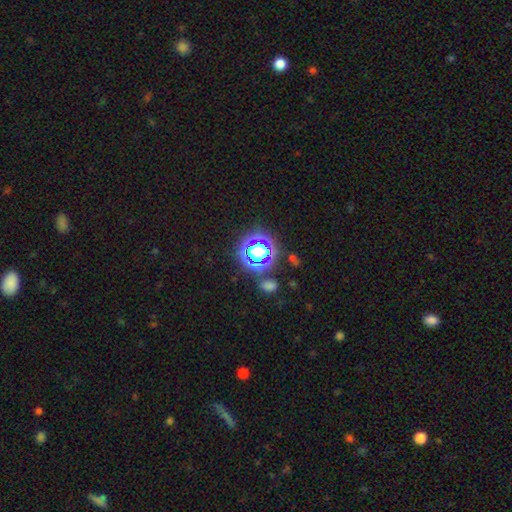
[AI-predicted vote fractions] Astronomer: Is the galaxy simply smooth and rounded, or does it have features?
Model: star or artifact — 58%.